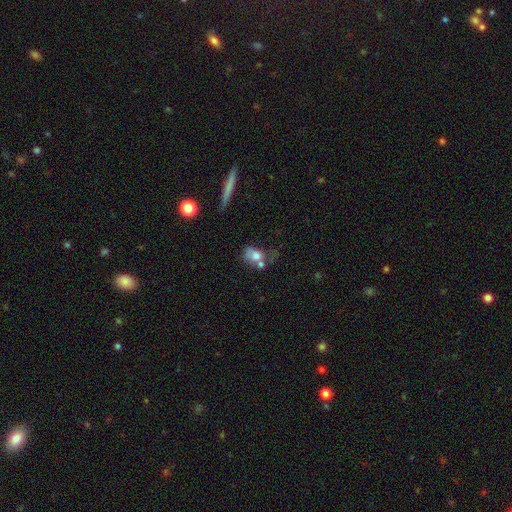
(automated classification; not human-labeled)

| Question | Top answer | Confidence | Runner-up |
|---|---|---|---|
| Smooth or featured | smooth | 63% | featured or disk (27%) |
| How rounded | in between | 67% | round (31%) |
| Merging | merger | 39% | none (22%) |